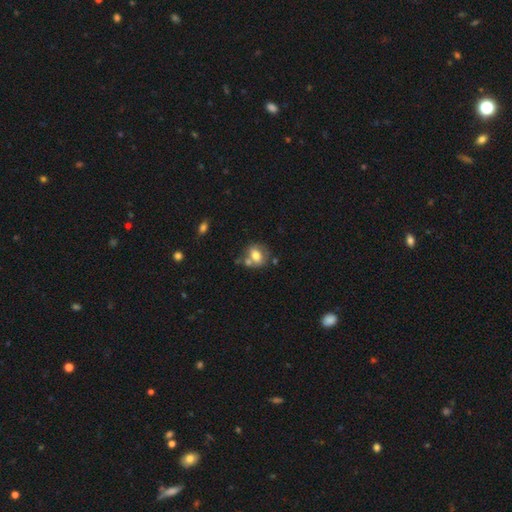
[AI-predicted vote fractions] smooth 69%, featured or disk 22%, star or artifact 9%. Down the decision tree: how rounded — in between (53%); merging — none (49%).